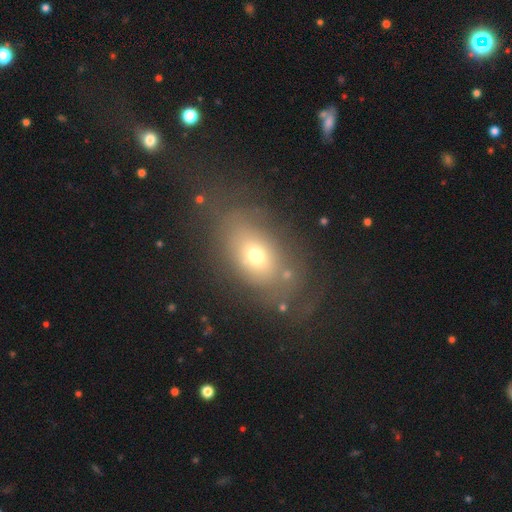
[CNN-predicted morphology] A smooth galaxy with no disk features (59%) that is in between round and cigar-shaped (75%). Merging: none (58%).